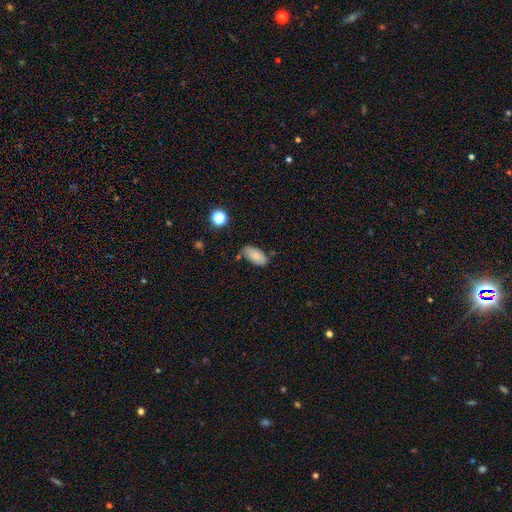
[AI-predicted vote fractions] This appears to be a smooth galaxy with no disk features (82%) that is in between round and cigar-shaped (93%). Merging: none (73%).